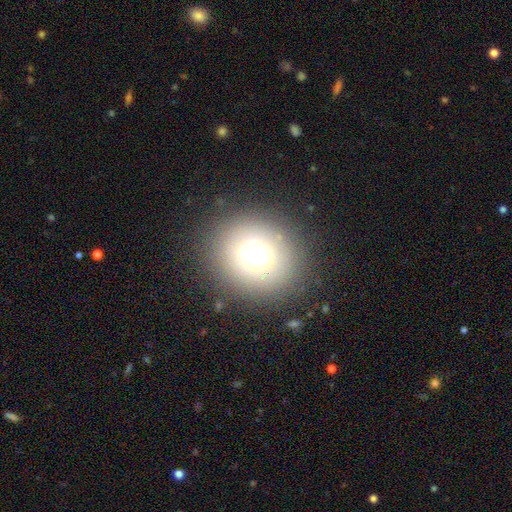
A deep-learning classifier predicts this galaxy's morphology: Smooth or featured: smooth — 66% (star or artifact — 18%)
How rounded: round — 85% (in between — 14%)
Merging: none — 85% (minor disturbance — 8%)